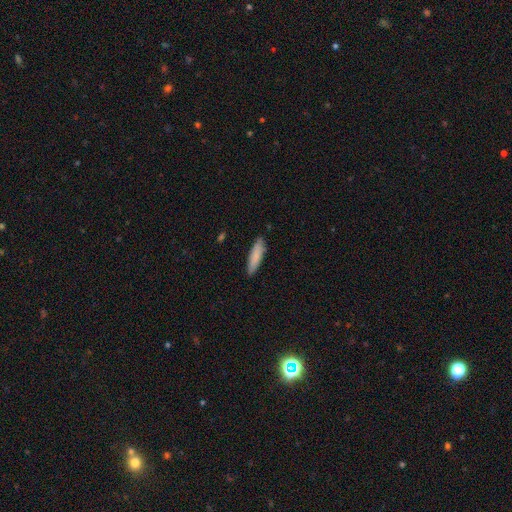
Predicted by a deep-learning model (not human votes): A smooth galaxy with no disk features (85%) that is cigar-shaped (71%).

Vote fractions:
- Smooth or featured? smooth: 85% / featured or disk: 9% / star or artifact: 6%
- How rounded? cigar-shaped: 71% / in between: 28% / round: 1%
- Merging? none: 84% / minor disturbance: 12% / major disturbance: 2% / merger: 1%